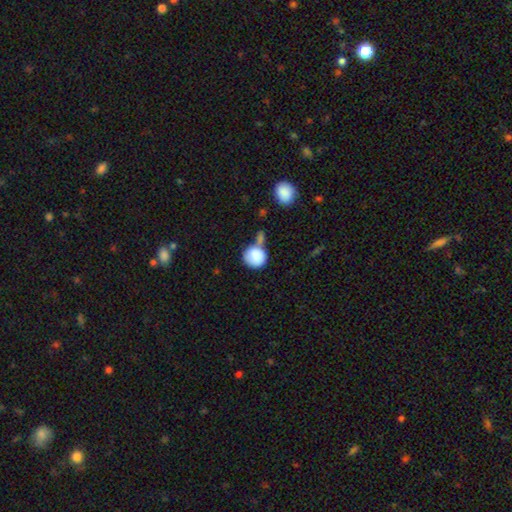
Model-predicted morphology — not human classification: This appears to be a smooth galaxy with no disk features (86%) that is round (87%). Merging: none (46%).